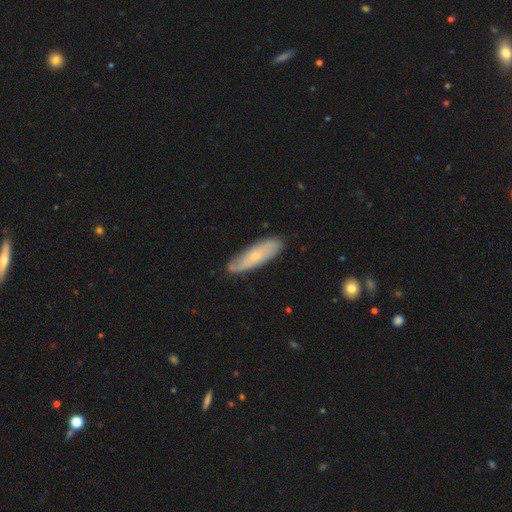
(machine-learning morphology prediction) smooth_or_featured: smooth (p=0.49) [alt: featured or disk p=0.45]
merging: none (p=0.75) [alt: minor disturbance p=0.20]